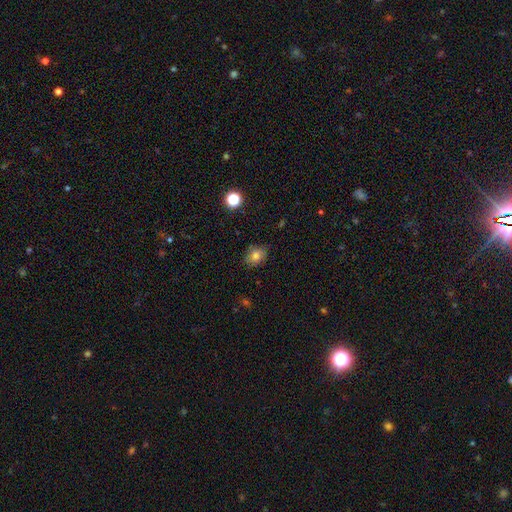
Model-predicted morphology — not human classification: Smooth or featured: smooth — 74% (featured or disk — 13%)
How rounded: round — 50% (in between — 49%)
Merging: none — 79% (minor disturbance — 16%)